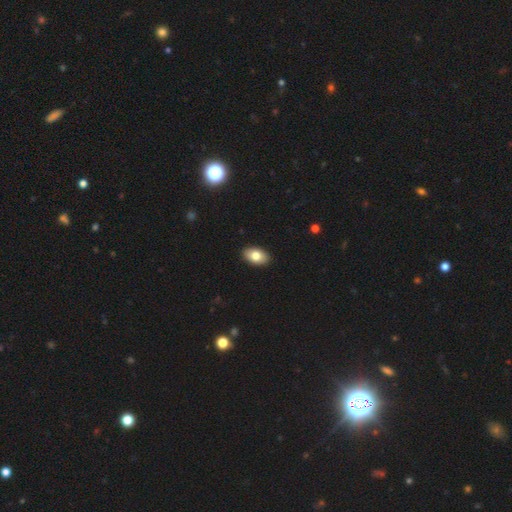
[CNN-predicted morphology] Smooth or featured?
  - smooth: 81% *
  - featured or disk: 12%
  - star or artifact: 7%
How rounded?
  - in between: 92% *
  - round: 6%
  - cigar-shaped: 1%
Merging?
  - none: 91% *
  - minor disturbance: 6%
  - major disturbance: 2%
  - merger: 1%